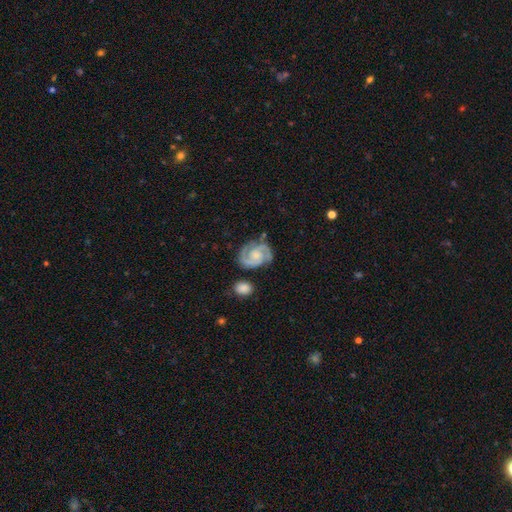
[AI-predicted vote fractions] Smooth or featured: featured or disk — 88% (smooth — 7%)
Edge-on disk: no — 98% (yes — 2%)
Bar: no — 65% (weak — 28%)
Spiral arms: yes — 98% (no — 2%)
Spiral winding: tight — 52% (medium — 41%)
Spiral arm count: 2 — 88% (3 — 4%)
Bulge size: small — 55% (moderate — 33%)
Merging: none — 74% (minor disturbance — 17%)